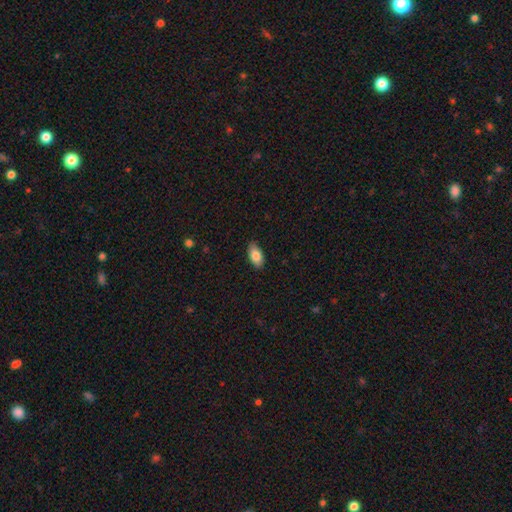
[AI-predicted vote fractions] Smooth or featured? Predicted: smooth (p=0.83). How rounded? Predicted: in between (p=0.92). Merging? Predicted: none (p=0.87).